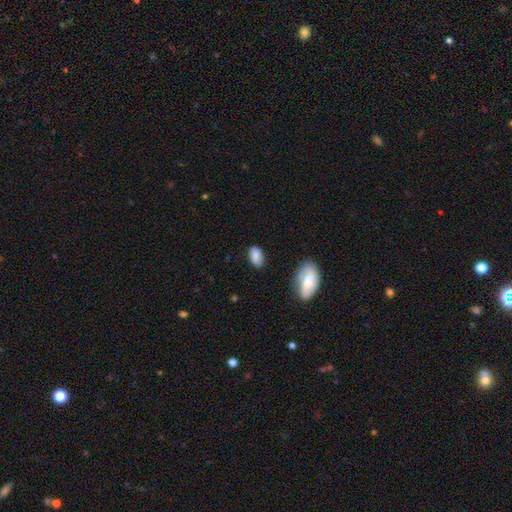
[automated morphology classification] smooth-or-featured: smooth: 82% | featured or disk: 10% | star or artifact: 8%
  how-rounded: in between: 92% | round: 6% | cigar-shaped: 2%
  merging: none: 77% | minor disturbance: 17% | major disturbance: 4% | merger: 2%